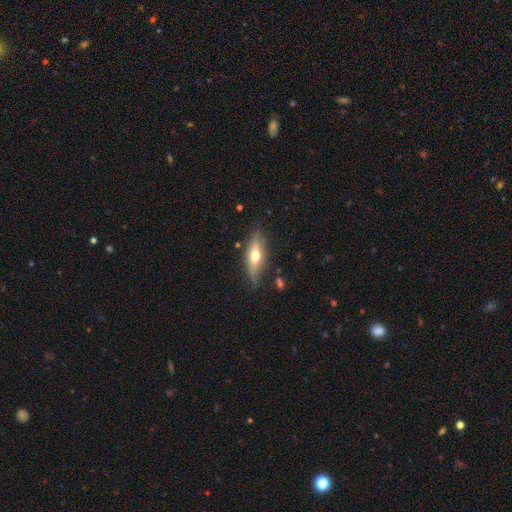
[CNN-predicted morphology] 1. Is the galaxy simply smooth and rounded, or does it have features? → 47% featured or disk, 46% smooth, 7% star or artifact.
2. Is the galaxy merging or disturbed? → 77% none, 16% minor disturbance, 4% major disturbance, 2% merger.